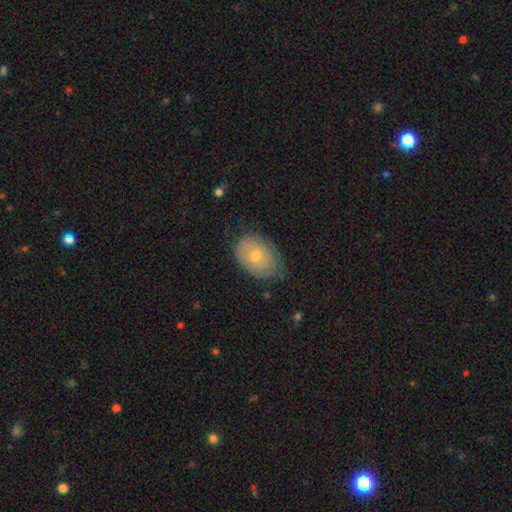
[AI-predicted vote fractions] Smooth or featured: smooth — 59% (featured or disk — 33%)
How rounded: in between — 80% (round — 19%)
Merging: none — 60% (minor disturbance — 31%)